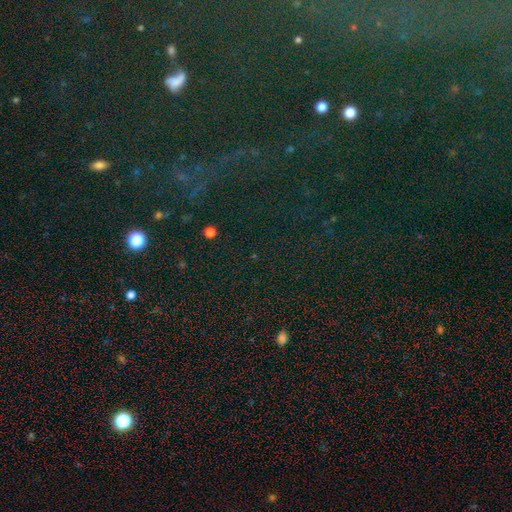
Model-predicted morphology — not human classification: Smooth or featured?
  - star or artifact: 81% *
  - smooth: 11%
  - featured or disk: 9%